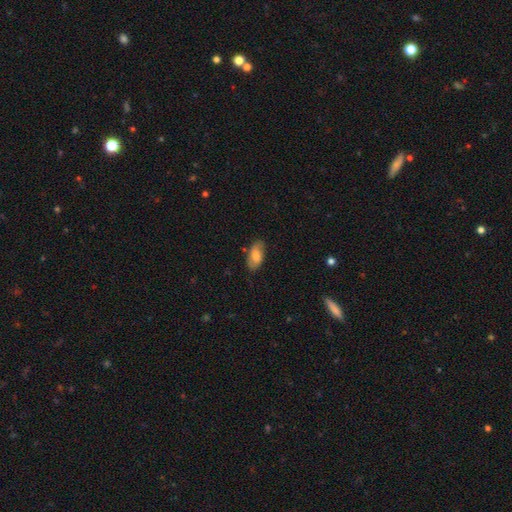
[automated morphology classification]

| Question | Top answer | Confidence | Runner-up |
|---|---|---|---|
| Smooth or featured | smooth | 75% | featured or disk (19%) |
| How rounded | in between | 92% | cigar-shaped (5%) |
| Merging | none | 79% | minor disturbance (17%) |